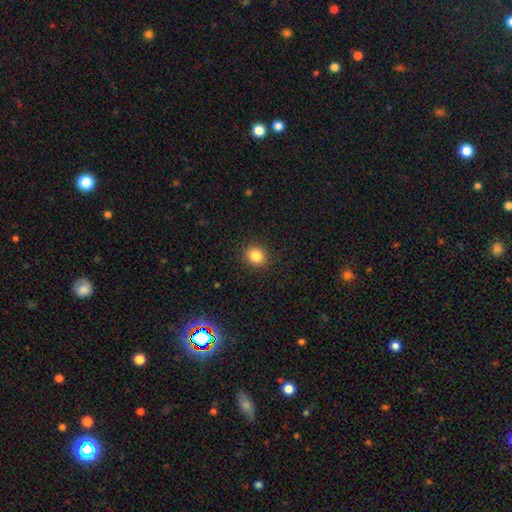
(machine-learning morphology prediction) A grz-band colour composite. It shows a smooth galaxy with no disk features (85%) that is round (81%). Merging: none (91%).